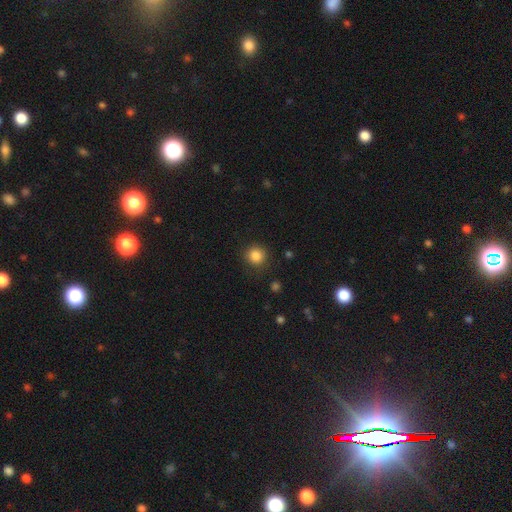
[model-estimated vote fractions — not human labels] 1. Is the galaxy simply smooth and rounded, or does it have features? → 85% smooth, 11% star or artifact, 4% featured or disk.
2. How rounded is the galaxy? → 92% round, 7% in between, 1% cigar-shaped.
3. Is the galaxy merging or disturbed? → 87% none, 9% minor disturbance, 3% major disturbance, 1% merger.